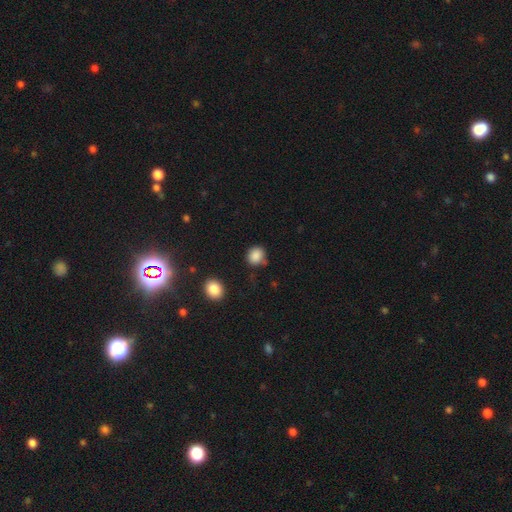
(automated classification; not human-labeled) Smooth or featured?
  - smooth: 87% *
  - star or artifact: 10%
  - featured or disk: 4%
How rounded?
  - round: 76% *
  - in between: 23%
  - cigar-shaped: 1%
Merging?
  - none: 75% *
  - minor disturbance: 17%
  - merger: 4%
  - major disturbance: 4%